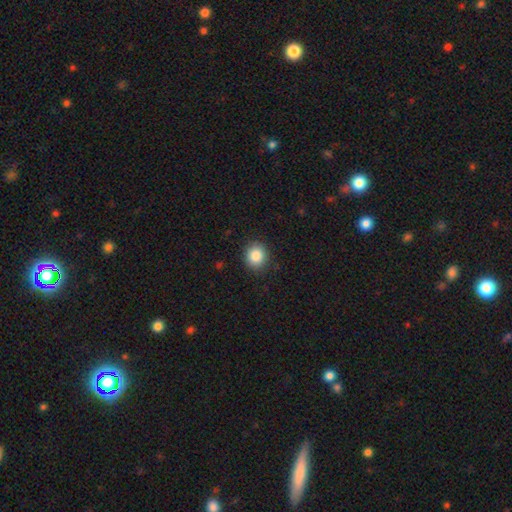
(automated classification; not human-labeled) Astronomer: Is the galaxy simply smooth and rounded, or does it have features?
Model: smooth — 87%.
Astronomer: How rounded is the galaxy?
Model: round — 76%.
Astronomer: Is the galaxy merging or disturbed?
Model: none — 89%.